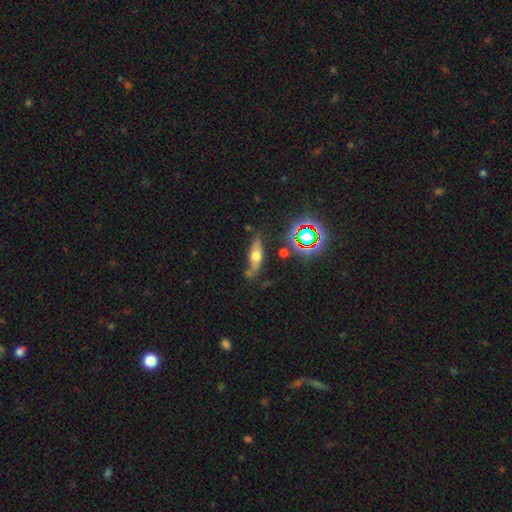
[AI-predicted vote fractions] smooth 42% (tied), featured or disk 42% (tied), star or artifact 16%. Down the decision tree: merging — none (62%).